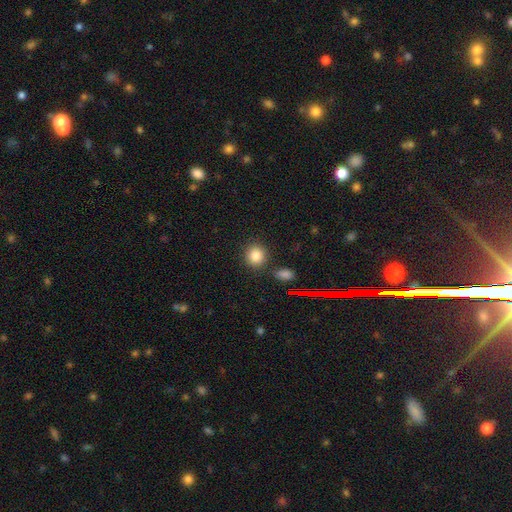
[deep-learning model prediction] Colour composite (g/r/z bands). It shows a smooth galaxy with no disk features (84%) that is round (81%). Merging: none (82%).